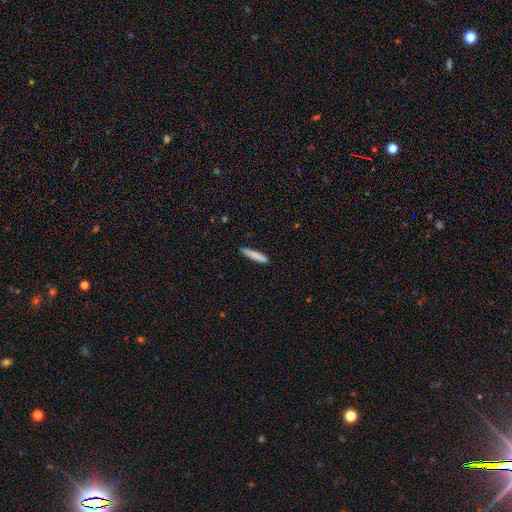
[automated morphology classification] smooth-or-featured: smooth: 83% | featured or disk: 11% | star or artifact: 6%
  how-rounded: cigar-shaped: 92% | in between: 6% | round: 1%
  merging: none: 89% | minor disturbance: 8% | major disturbance: 2% | merger: 1%